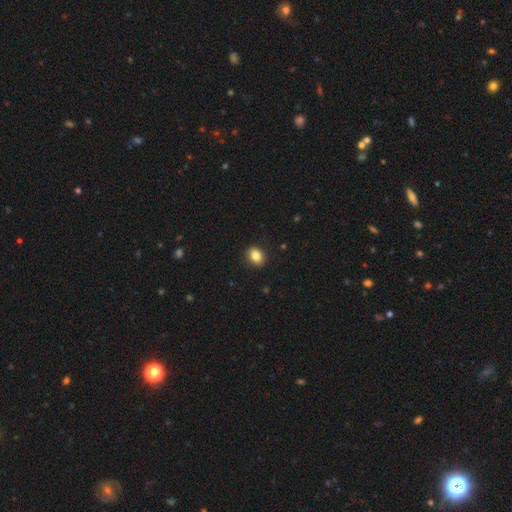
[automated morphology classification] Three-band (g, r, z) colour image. It shows a smooth galaxy with no disk features (85%) that is in between round and cigar-shaped (58%). Merging: none (90%).